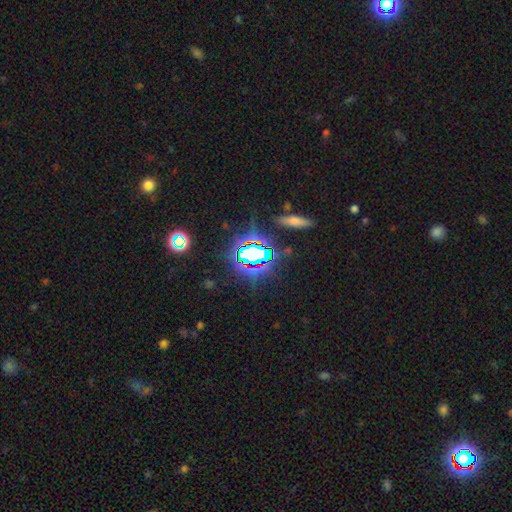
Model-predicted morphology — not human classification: type=star or artifact (69%).